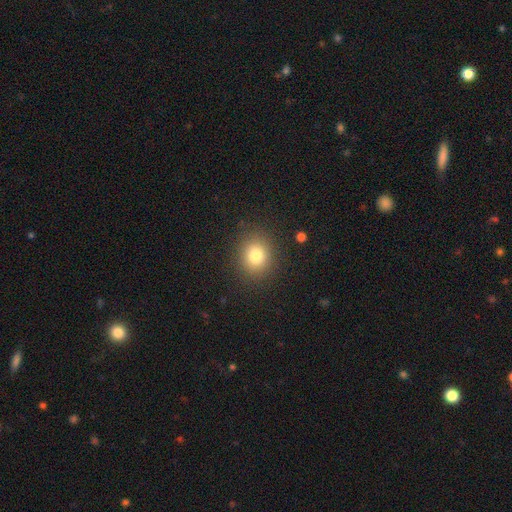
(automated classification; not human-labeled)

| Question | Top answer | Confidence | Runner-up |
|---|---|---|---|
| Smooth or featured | smooth | 80% | star or artifact (12%) |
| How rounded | round | 74% | in between (25%) |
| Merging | none | 88% | minor disturbance (8%) |